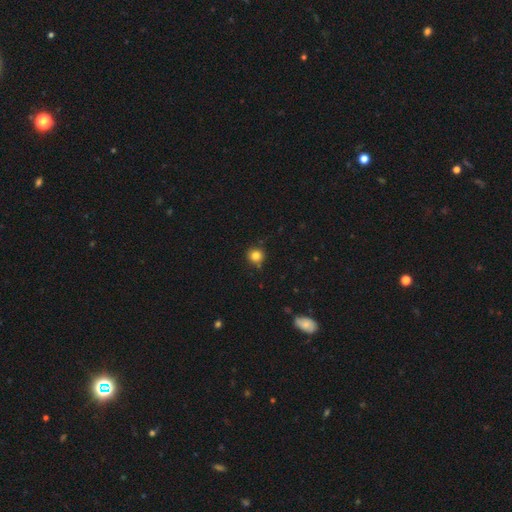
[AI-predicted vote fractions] smooth-or-featured: smooth: 82% | star or artifact: 12% | featured or disk: 6%
  how-rounded: round: 92% | in between: 7% | cigar-shaped: 1%
  merging: none: 81% | minor disturbance: 14% | major disturbance: 2% | merger: 2%